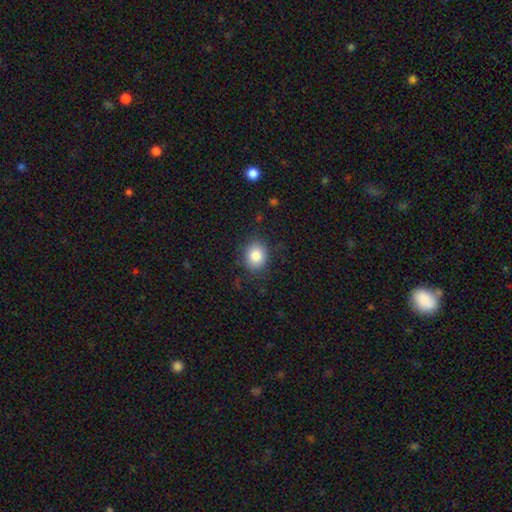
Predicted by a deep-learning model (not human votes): smooth_or_featured: smooth (p=0.84) [alt: star or artifact p=0.09]
how_rounded: round (p=0.54) [alt: in between p=0.45]
merging: none (p=0.84) [alt: minor disturbance p=0.12]